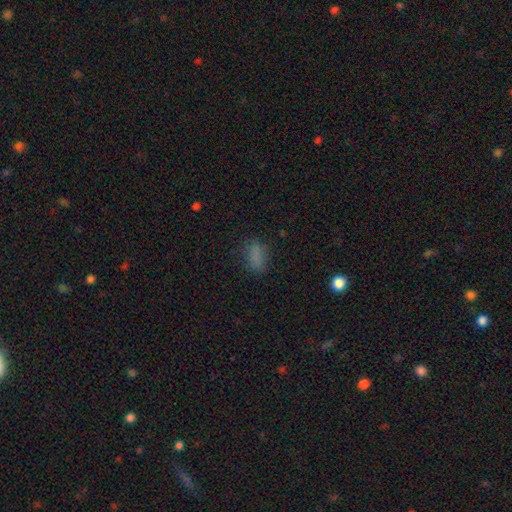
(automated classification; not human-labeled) Smooth or featured?
  - smooth: 79% *
  - star or artifact: 14%
  - featured or disk: 7%
How rounded?
  - in between: 82% *
  - cigar-shaped: 10%
  - round: 8%
Merging?
  - none: 75% *
  - minor disturbance: 17%
  - major disturbance: 6%
  - merger: 2%